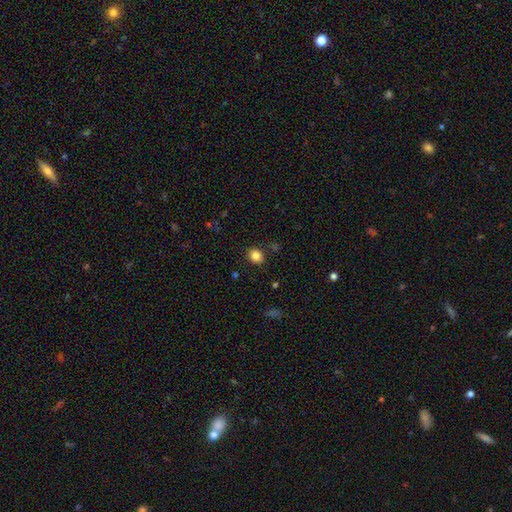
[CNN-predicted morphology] Overall: smooth (84%). How rounded: round (63%; in between 36%). Merging: none (87%).